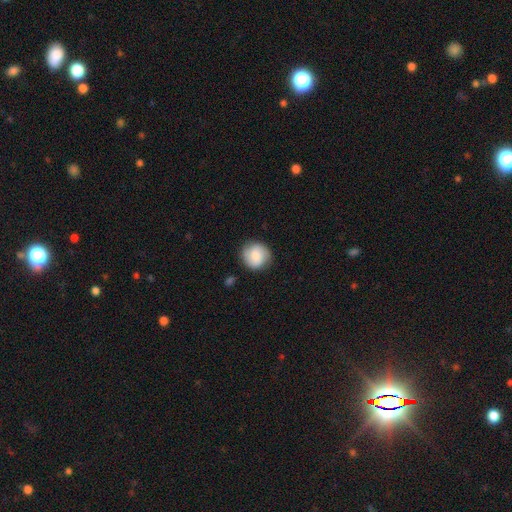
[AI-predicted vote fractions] This appears to be a smooth galaxy with no disk features (69%) that is round (90%). Merging: none (84%).